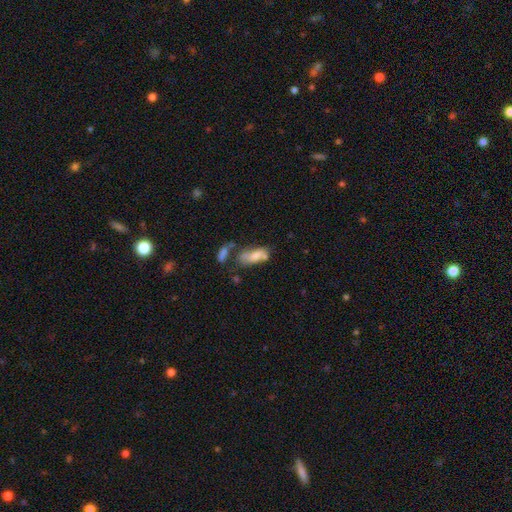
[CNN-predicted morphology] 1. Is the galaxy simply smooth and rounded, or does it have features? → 69% smooth, 22% featured or disk, 9% star or artifact.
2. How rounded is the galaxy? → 79% in between, 19% cigar-shaped, 3% round.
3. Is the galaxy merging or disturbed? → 33% merger, 32% none, 20% minor disturbance, 15% major disturbance.